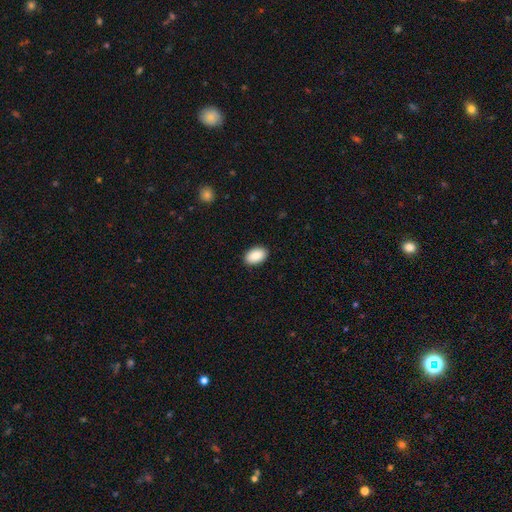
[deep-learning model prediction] Smooth or featured?
  - smooth: 90% *
  - star or artifact: 6%
  - featured or disk: 4%
How rounded?
  - in between: 93% *
  - round: 6%
  - cigar-shaped: 1%
Merging?
  - none: 90% *
  - minor disturbance: 7%
  - major disturbance: 2%
  - merger: 1%